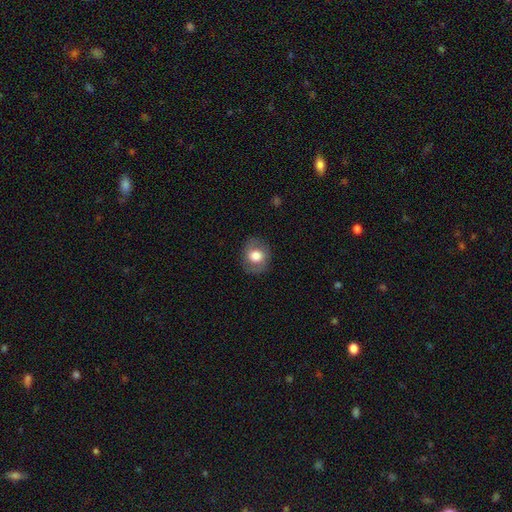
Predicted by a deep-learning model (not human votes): This appears to be a smooth galaxy with no disk features (69%) that is round (69%). Merging: none (81%).